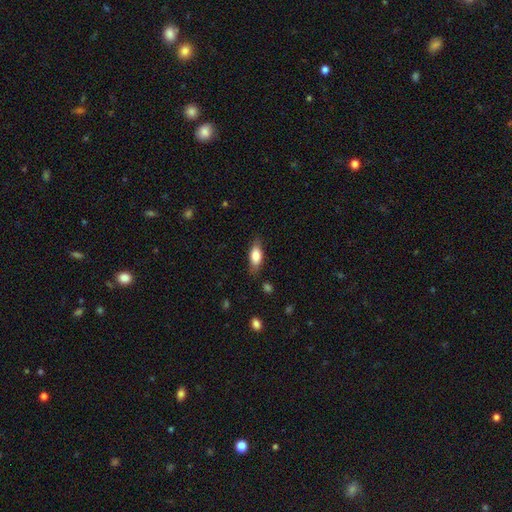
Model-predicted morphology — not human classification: This is likely a smooth galaxy (77%). How rounded: likely in between (75%). Merging: likely none (79%).